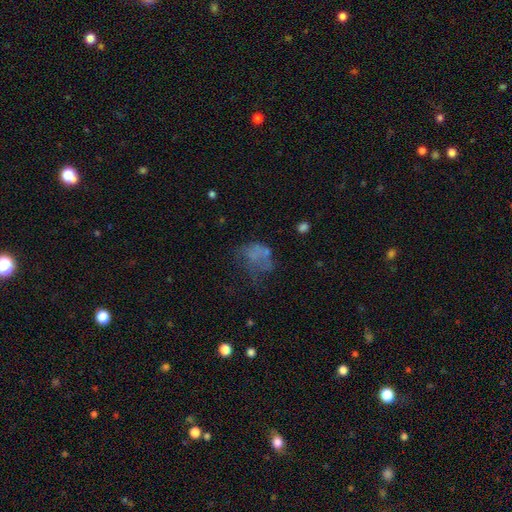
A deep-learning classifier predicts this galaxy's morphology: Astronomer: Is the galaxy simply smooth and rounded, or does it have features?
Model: smooth — 43% (runner-up: featured or disk, 37%).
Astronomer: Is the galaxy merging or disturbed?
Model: major disturbance — 40% (runner-up: none, 30%).